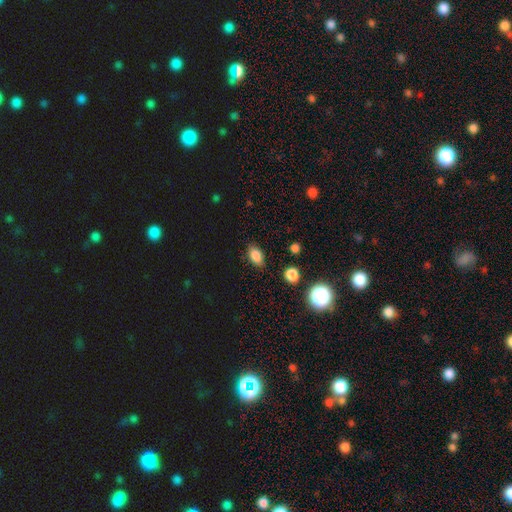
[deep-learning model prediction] A smooth galaxy with no disk features (83%) that is in between round and cigar-shaped (85%). Merging: none (84%).